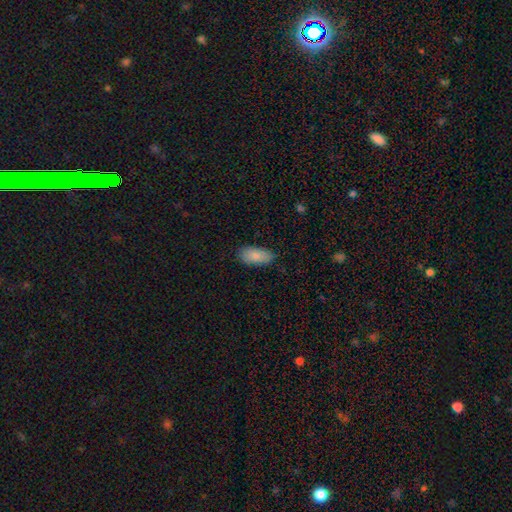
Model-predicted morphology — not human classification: Smooth or featured?
  - smooth: 87% *
  - featured or disk: 7%
  - star or artifact: 6%
How rounded?
  - in between: 92% *
  - cigar-shaped: 6%
  - round: 2%
Merging?
  - none: 83% *
  - minor disturbance: 14%
  - major disturbance: 3%
  - merger: 1%